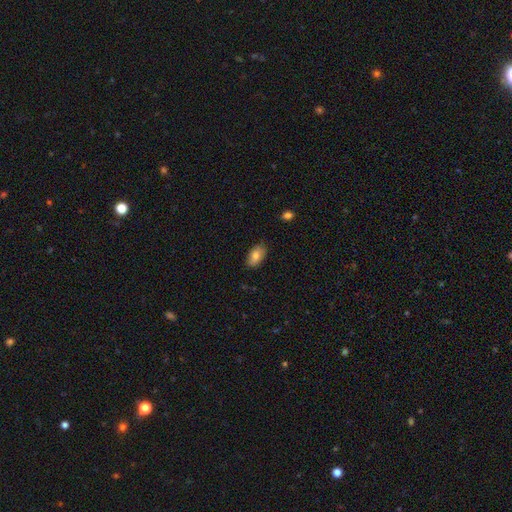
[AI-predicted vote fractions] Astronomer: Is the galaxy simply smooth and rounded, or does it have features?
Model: smooth — 79%.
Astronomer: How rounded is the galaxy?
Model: in between — 92%.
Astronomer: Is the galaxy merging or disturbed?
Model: none — 80%.